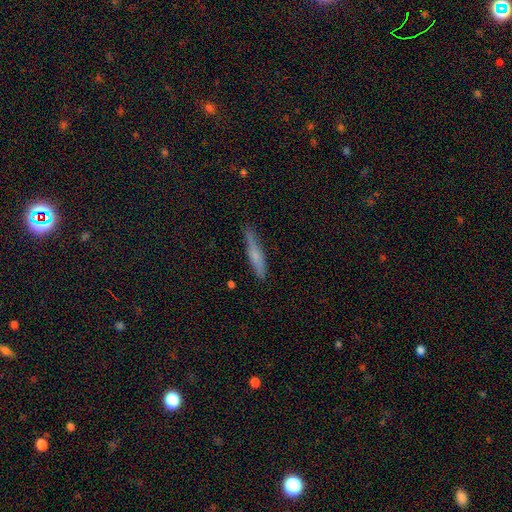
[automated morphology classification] A smooth galaxy with no disk features (61%) that is cigar-shaped (92%).

Vote fractions:
- Smooth or featured? smooth: 61% / featured or disk: 32% / star or artifact: 7%
- How rounded? cigar-shaped: 92% / in between: 7% / round: 2%
- Merging? none: 82% / minor disturbance: 14% / major disturbance: 2% / merger: 2%